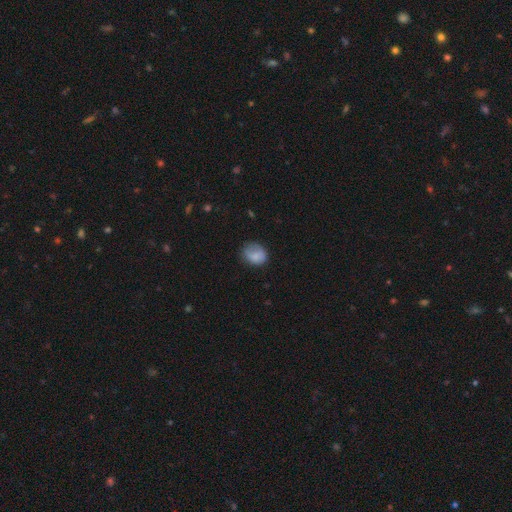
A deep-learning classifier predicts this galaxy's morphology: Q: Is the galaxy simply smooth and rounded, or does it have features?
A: smooth — 77%.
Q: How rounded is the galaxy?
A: round — 58%.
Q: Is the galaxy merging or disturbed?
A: none — 58%.